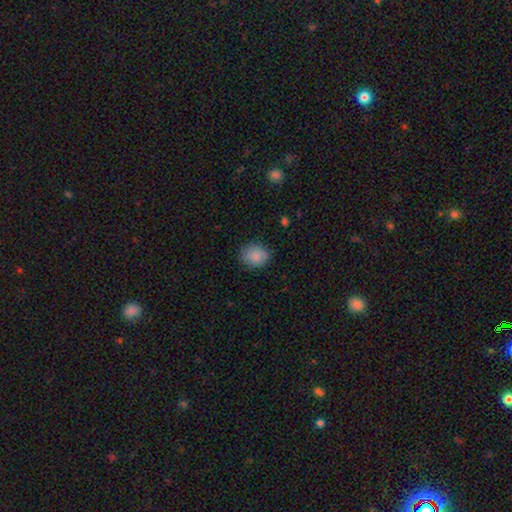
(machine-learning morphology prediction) This is clearly a smooth galaxy (86%). How rounded: possibly round (53%). Merging: clearly none (80%).